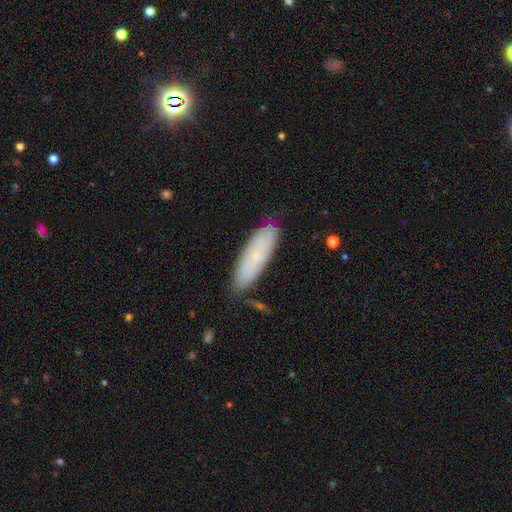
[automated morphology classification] Smooth or featured: smooth — 60% (featured or disk — 31%)
How rounded: cigar-shaped — 49% (tied with in between — 49%)
Merging: none — 79% (minor disturbance — 16%)